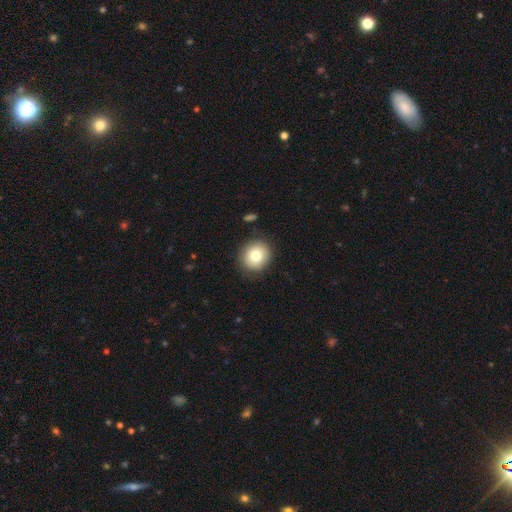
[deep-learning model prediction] Overall: smooth (84%). How rounded: round (79%). Merging: none (87%).